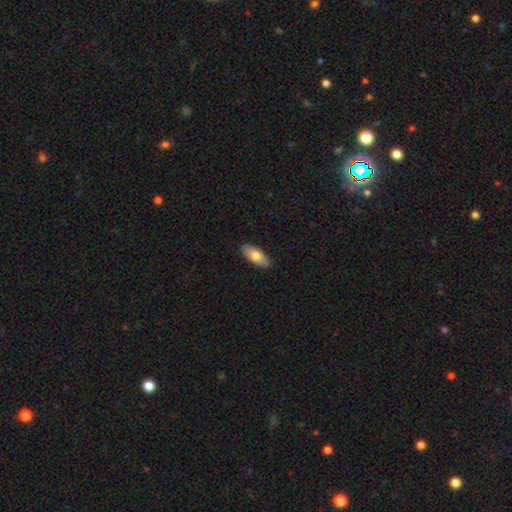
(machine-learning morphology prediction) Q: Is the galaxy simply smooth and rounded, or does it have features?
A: smooth — 71%.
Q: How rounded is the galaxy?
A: in between — 84%.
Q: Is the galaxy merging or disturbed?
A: none — 90%.